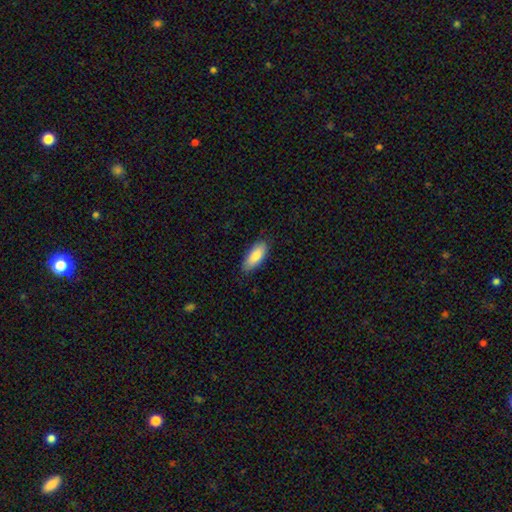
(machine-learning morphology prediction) smooth_or_featured: smooth (p=0.86) [alt: featured or disk p=0.08]
how_rounded: in between (p=0.80) [alt: cigar-shaped p=0.18]
merging: none (p=0.82) [alt: minor disturbance p=0.14]